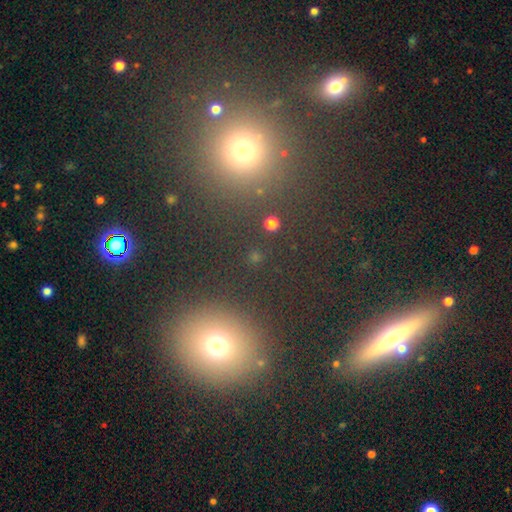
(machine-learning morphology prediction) type=smooth (57%); roundness=round (84%); merging=none (84%).